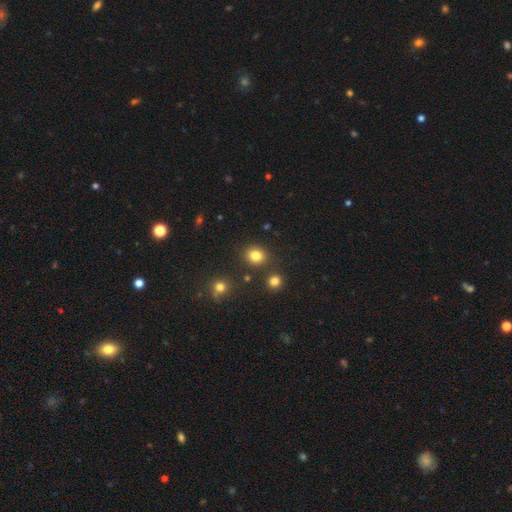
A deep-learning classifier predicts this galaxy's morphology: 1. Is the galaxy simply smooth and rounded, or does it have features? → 82% smooth, 13% star or artifact, 5% featured or disk.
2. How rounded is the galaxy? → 81% round, 18% in between, 1% cigar-shaped.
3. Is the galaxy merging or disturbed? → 85% none, 7% minor disturbance, 5% merger, 3% major disturbance.